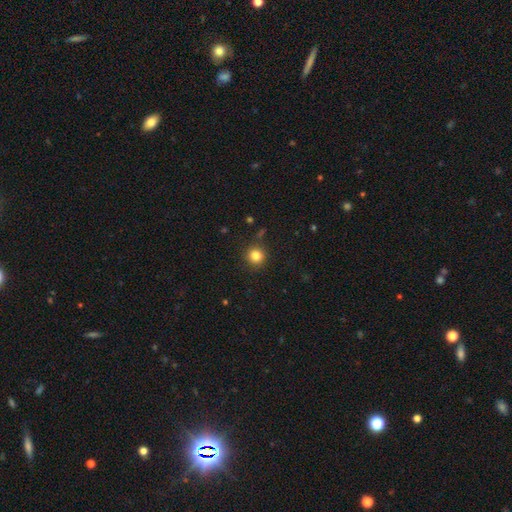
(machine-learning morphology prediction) A smooth galaxy with no disk features (82%) that is round (93%). Merging: none (87%).